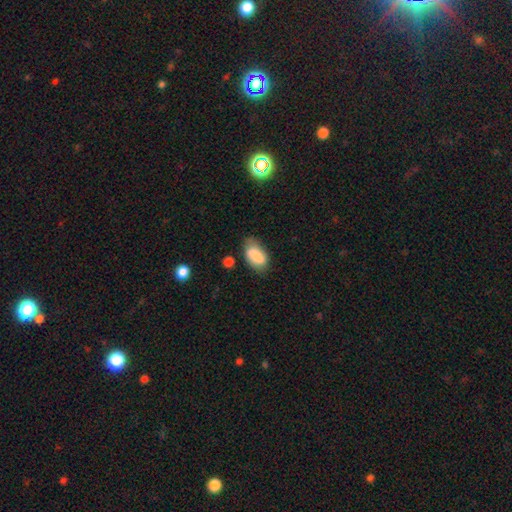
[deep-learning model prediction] Smooth or featured?
  - smooth: 81% *
  - featured or disk: 12%
  - star or artifact: 7%
How rounded?
  - in between: 92% *
  - round: 5%
  - cigar-shaped: 3%
Merging?
  - none: 63% *
  - minor disturbance: 26%
  - major disturbance: 6%
  - merger: 4%